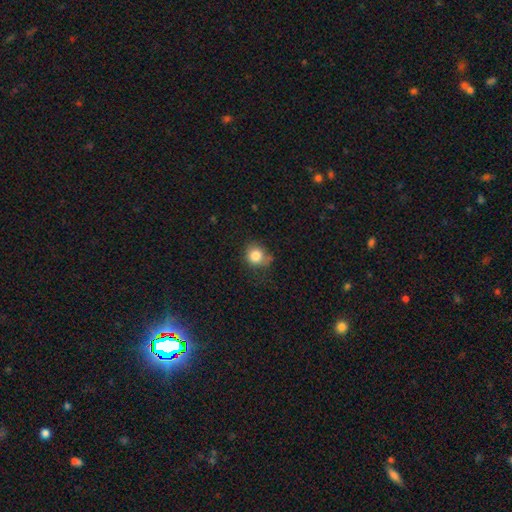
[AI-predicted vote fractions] This is clearly a smooth galaxy (83%). How rounded: clearly round (83%). Merging: likely none (61%).